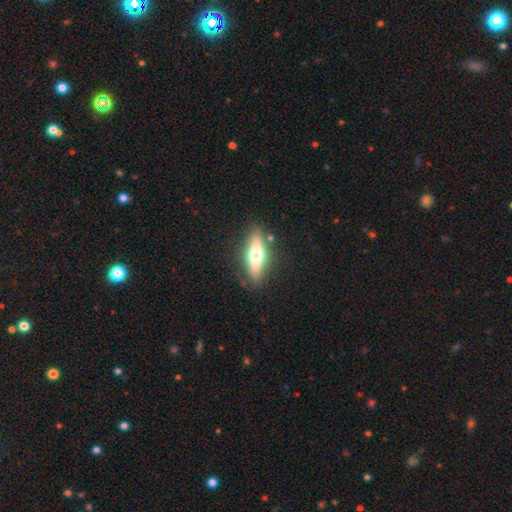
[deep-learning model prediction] A smooth galaxy with no disk features (51%) that is cigar-shaped (58%). Merging: none (84%).